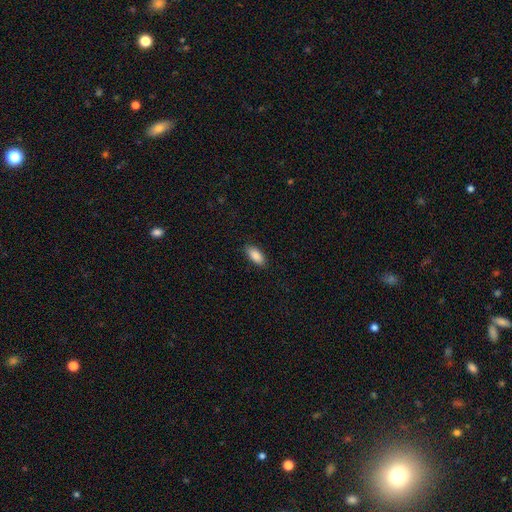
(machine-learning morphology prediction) This is clearly a smooth galaxy (89%). How rounded: clearly in between (89%). Merging: clearly none (88%).